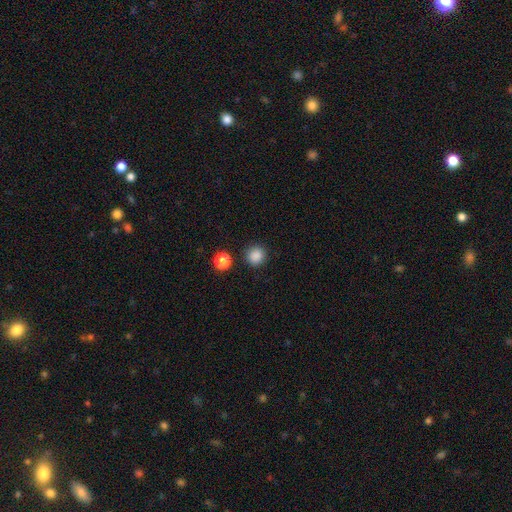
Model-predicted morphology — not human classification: Smooth or featured? smooth (86%)
How rounded? round (91%)
Merging? none (89%)